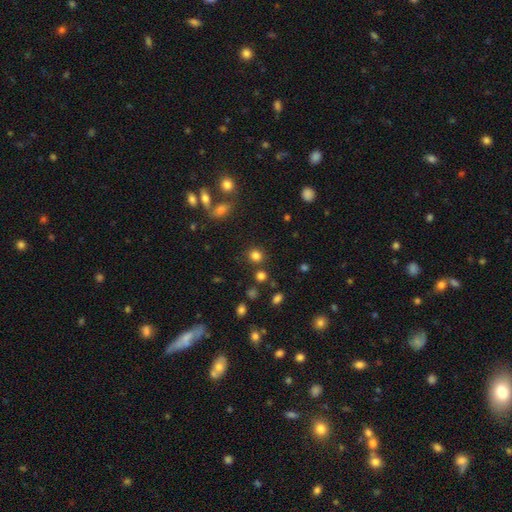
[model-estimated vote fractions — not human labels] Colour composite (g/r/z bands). It shows a smooth galaxy with no disk features (80%) that is round (86%). Merging: none (82%).